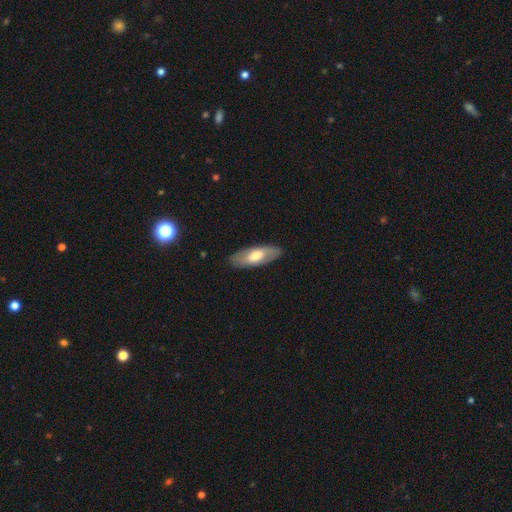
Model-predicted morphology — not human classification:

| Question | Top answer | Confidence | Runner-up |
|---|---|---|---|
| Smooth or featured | smooth | 55% | featured or disk (40%) |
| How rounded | in between | 73% | cigar-shaped (25%) |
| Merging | none | 86% | minor disturbance (10%) |